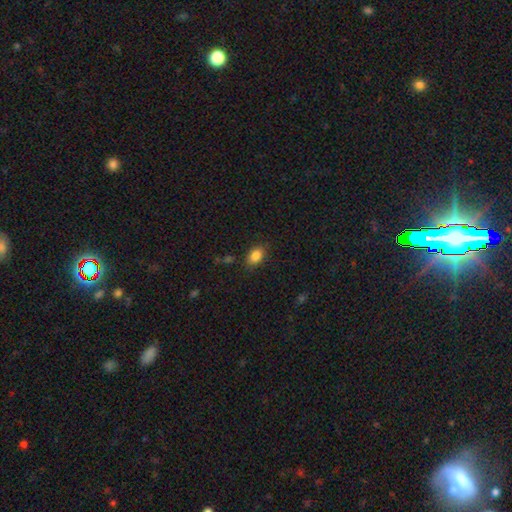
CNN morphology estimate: type=smooth (85%); roundness=in between (85%); merging=none (84%).